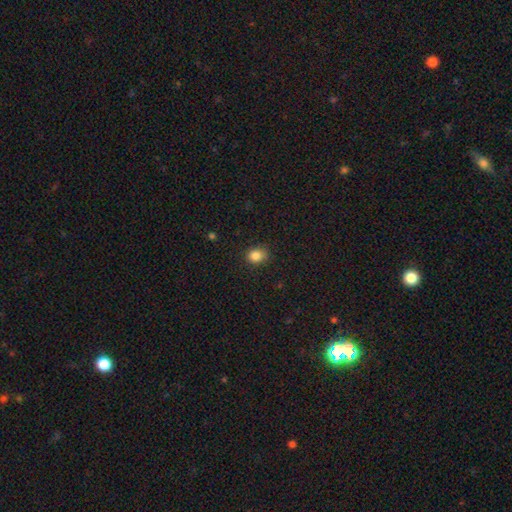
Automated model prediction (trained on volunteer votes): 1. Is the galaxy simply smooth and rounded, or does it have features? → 85% smooth, 11% star or artifact, 4% featured or disk.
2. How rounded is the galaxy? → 65% round, 34% in between, 1% cigar-shaped.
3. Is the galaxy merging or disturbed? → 80% none, 15% minor disturbance, 4% major disturbance, 1% merger.